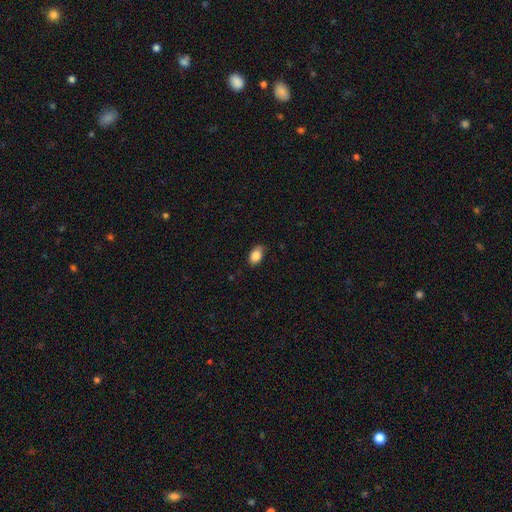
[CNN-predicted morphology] Overall: smooth (85%). How rounded: in between (89%). Merging: none (77%).